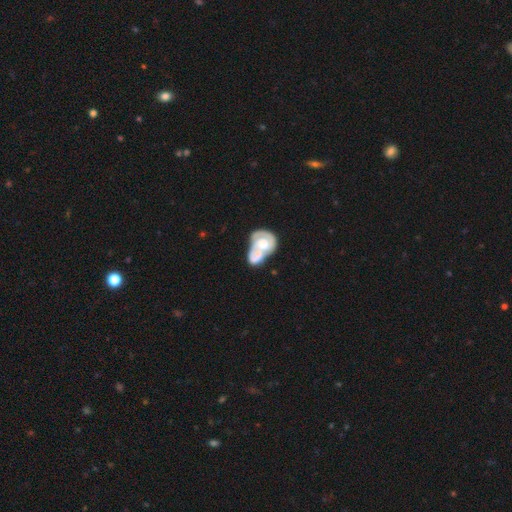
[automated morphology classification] Smooth or featured? Predicted: featured or disk (p=0.64). Edge-on disk? Predicted: no (p=0.97). Bar? Predicted: no (p=0.81). Spiral arms? Predicted: yes (p=0.57). Bulge size? Predicted: moderate (p=0.61). Merging? Predicted: merger (p=0.49).